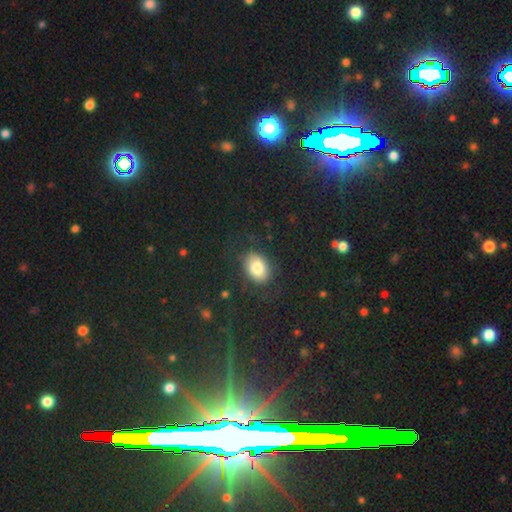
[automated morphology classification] Smooth or featured? Predicted: smooth (p=0.60). How rounded? Predicted: in between (p=0.69). Merging? Predicted: none (p=0.88).